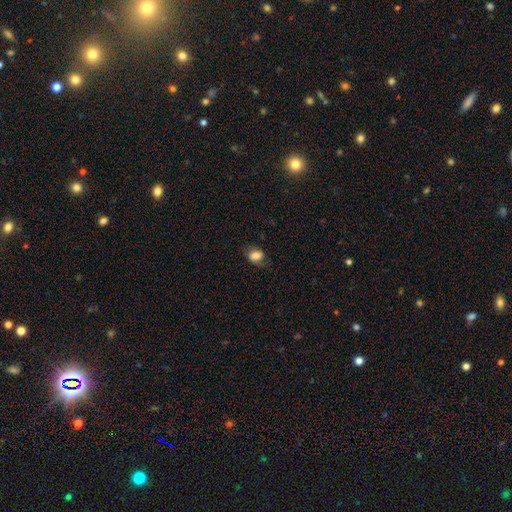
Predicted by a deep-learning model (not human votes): Smooth or featured? smooth (78%)
How rounded? in between (71%)
Merging? none (68%)